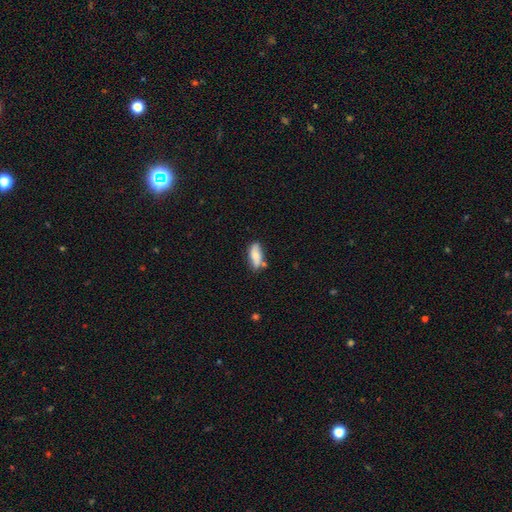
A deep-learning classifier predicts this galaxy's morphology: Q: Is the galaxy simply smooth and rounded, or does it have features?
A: smooth — 72%.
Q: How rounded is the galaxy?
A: in between — 77%.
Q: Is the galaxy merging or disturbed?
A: none — 63%.